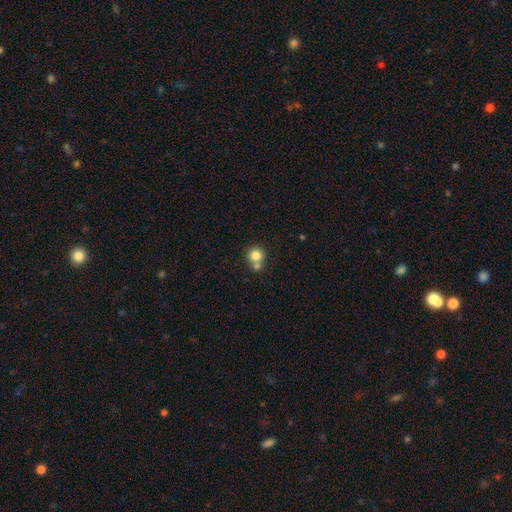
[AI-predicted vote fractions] Smooth or featured: smooth — 80% (star or artifact — 10%)
How rounded: round — 90% (in between — 9%)
Merging: none — 54% (merger — 36%)